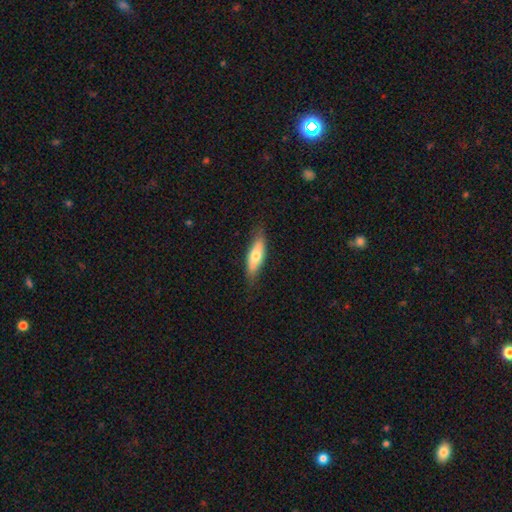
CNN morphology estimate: smooth_or_featured: smooth (p=0.64) [alt: featured or disk p=0.31]
how_rounded: in between (p=0.56) [alt: cigar-shaped p=0.42]
merging: none (p=0.79) [alt: minor disturbance p=0.16]